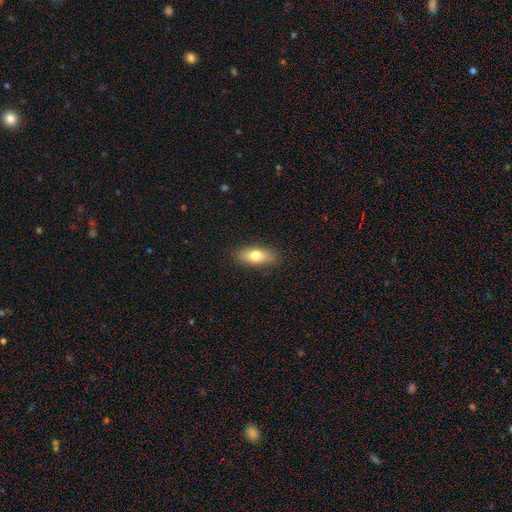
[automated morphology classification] smooth_or_featured: smooth (p=0.73) [alt: featured or disk p=0.19]
how_rounded: in between (p=0.77) [alt: cigar-shaped p=0.19]
merging: none (p=0.87) [alt: minor disturbance p=0.10]